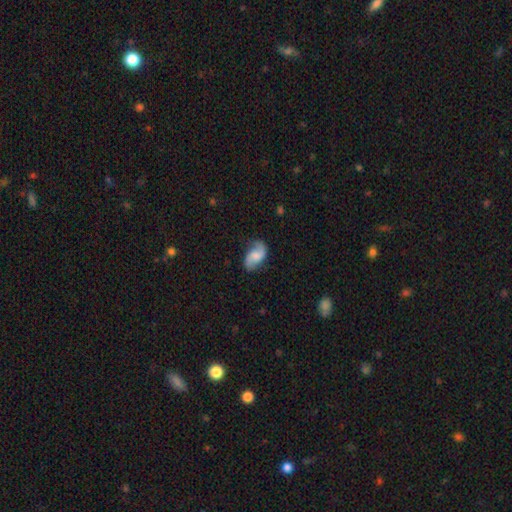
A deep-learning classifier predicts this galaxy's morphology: Smooth or featured: featured or disk — 61% (smooth — 32%)
Edge-on disk: no — 97% (yes — 3%)
Bar: no — 48% (weak — 42%)
Spiral arms: yes — 93% (no — 7%)
Spiral winding: loose — 63% (medium — 29%)
Spiral arm count: 2 — 89% (can't tell — 4%)
Bulge size: small — 32% (moderate — 31%)
Merging: none — 70% (minor disturbance — 21%)